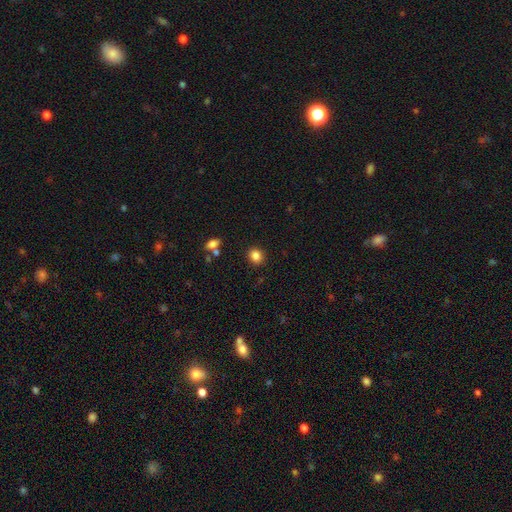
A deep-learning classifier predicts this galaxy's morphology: The model was most divided on "how rounded": round: 72%, in between: 27%, cigar-shaped: 1%. More confident: merging — none (88%); smooth or featured — smooth (85%).